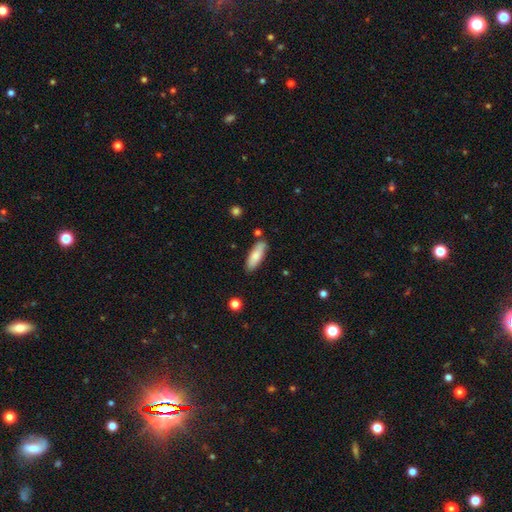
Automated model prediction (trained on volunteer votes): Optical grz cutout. It shows a smooth galaxy with no disk features (79%) that is in between round and cigar-shaped (58%). Merging: none (81%).